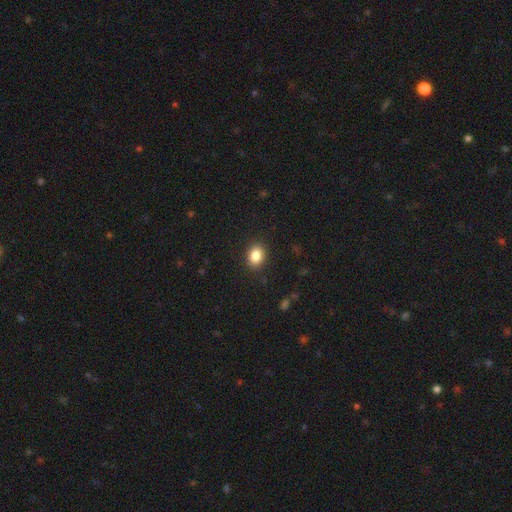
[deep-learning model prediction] Smooth or featured?
  - smooth: 85% *
  - star or artifact: 9%
  - featured or disk: 5%
How rounded?
  - in between: 62% *
  - round: 38%
  - cigar-shaped: 1%
Merging?
  - none: 89% *
  - minor disturbance: 8%
  - major disturbance: 2%
  - merger: 1%